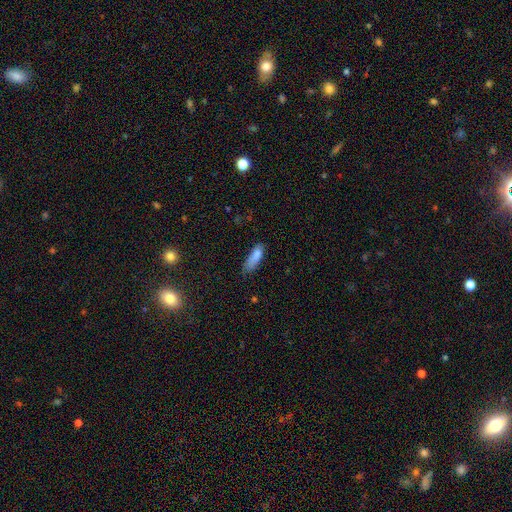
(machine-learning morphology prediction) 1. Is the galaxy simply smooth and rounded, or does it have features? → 82% smooth, 10% featured or disk, 8% star or artifact.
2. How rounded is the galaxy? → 53% in between, 45% cigar-shaped, 2% round.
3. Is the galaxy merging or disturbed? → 49% none, 35% minor disturbance, 12% major disturbance, 4% merger.